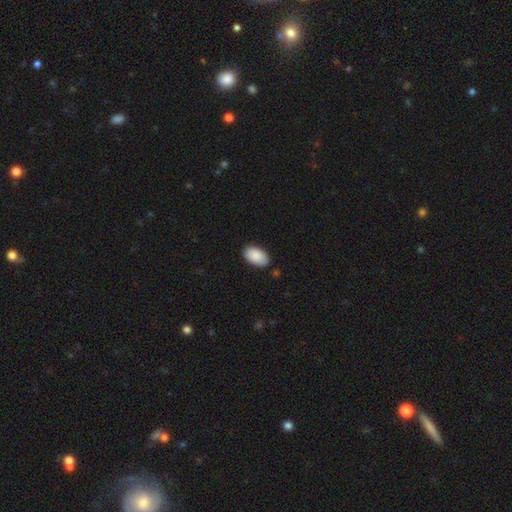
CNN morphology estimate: A smooth galaxy with no disk features (89%) that is in between round and cigar-shaped (95%). Merging: none (86%).